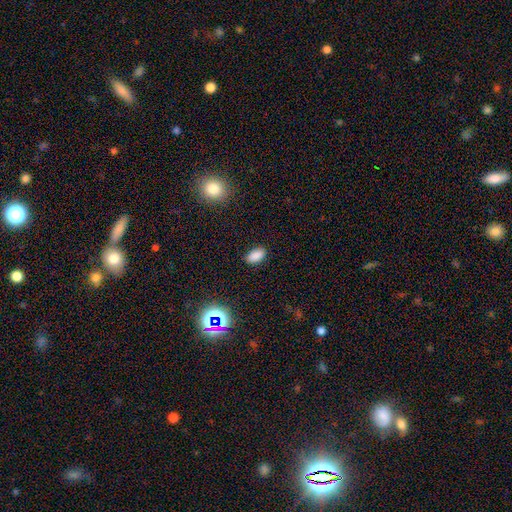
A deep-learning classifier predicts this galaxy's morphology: Smooth or featured? Predicted: smooth (p=0.84). How rounded? Predicted: in between (p=0.93). Merging? Predicted: none (p=0.87).